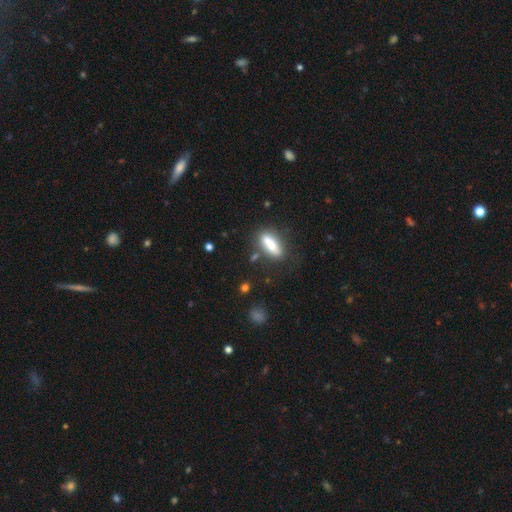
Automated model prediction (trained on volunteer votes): This appears to be a smooth galaxy with no disk features (77%) that is in between round and cigar-shaped (50%). Merging: none (73%).